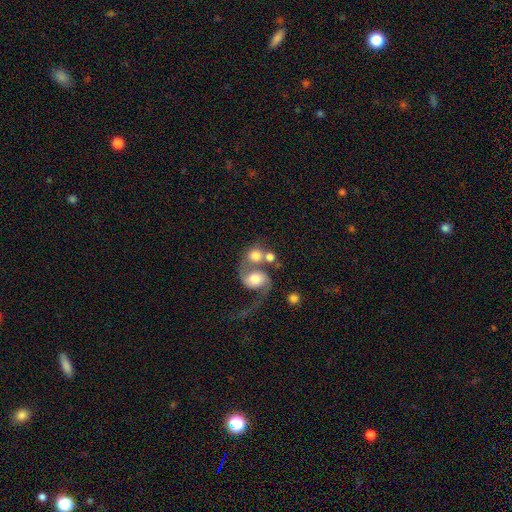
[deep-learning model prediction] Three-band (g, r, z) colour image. It shows a smooth galaxy with no disk features (50%). Merging: merger (57%).